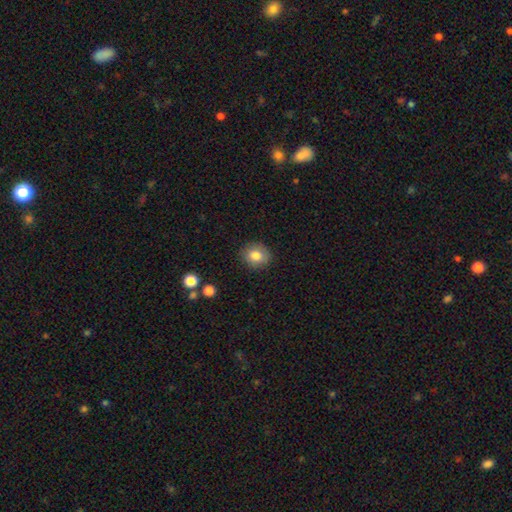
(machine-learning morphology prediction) Smooth or featured? Predicted: smooth (p=0.82). How rounded? Predicted: round (p=0.79). Merging? Predicted: none (p=0.88).